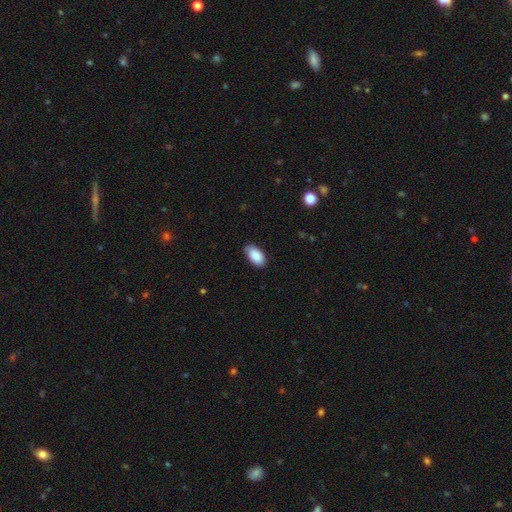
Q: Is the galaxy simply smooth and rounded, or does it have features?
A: smooth — 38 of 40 (95%).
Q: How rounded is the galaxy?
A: in between — 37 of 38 (97%).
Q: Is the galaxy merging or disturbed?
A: none — 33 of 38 (87%).